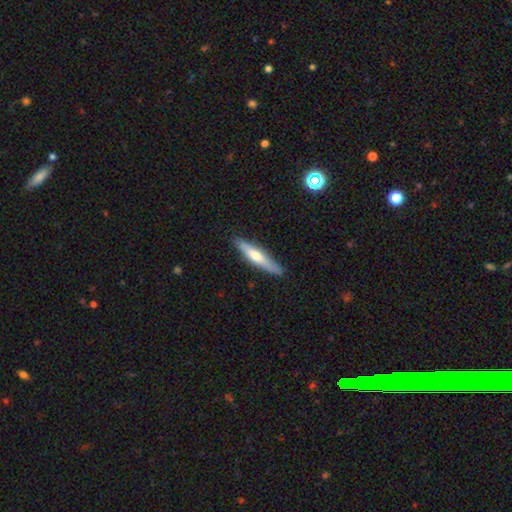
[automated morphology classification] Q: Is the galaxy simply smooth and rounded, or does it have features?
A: smooth — 51%.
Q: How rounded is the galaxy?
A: cigar-shaped — 87%.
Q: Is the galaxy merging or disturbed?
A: none — 88%.